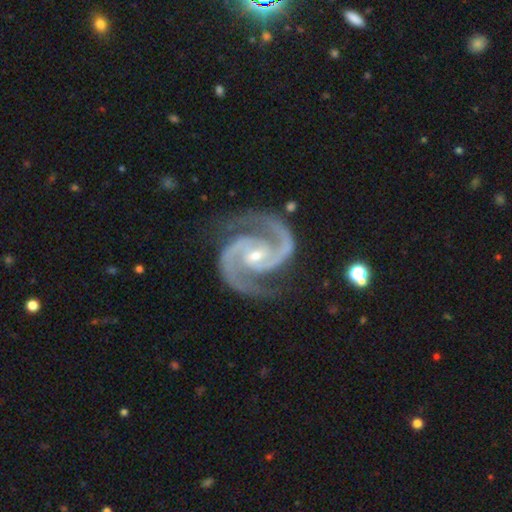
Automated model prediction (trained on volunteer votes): Overall: featured or disk (95%). Edge-on disk: no (98%). Bar: no (42%; weak 40%). Spiral arms: yes (99%). Spiral arm count: 2 (94%). Spiral winding: medium (63%; tight 30%). Bulge size: small (65%; moderate 32%). Merging: none (81%).